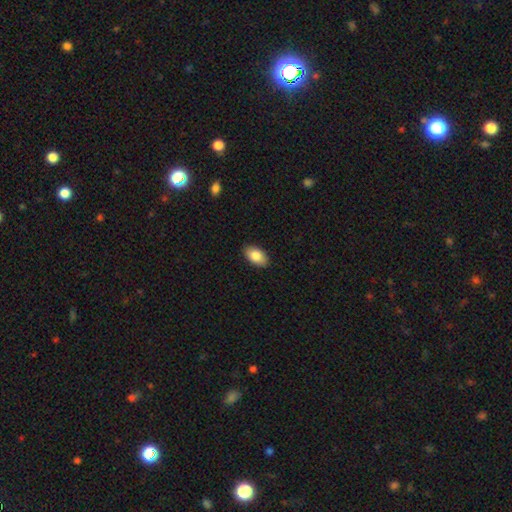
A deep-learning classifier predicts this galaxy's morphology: type=smooth (84%); roundness=in between (93%); merging=none (89%).